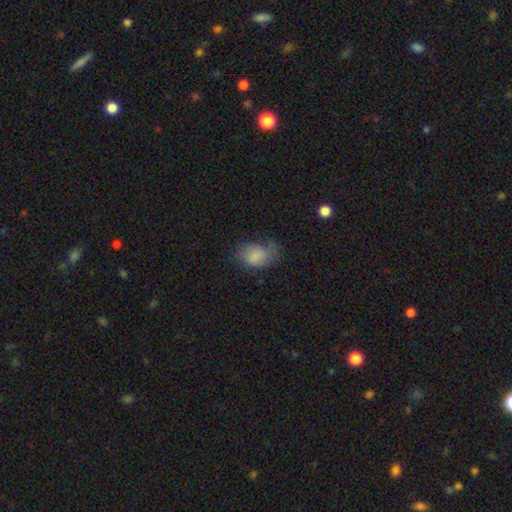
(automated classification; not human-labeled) A smooth galaxy with no disk features (77%) that is in between round and cigar-shaped (79%).

Vote fractions:
- Smooth or featured? smooth: 77% / featured or disk: 15% / star or artifact: 8%
- How rounded? in between: 79% / round: 20% / cigar-shaped: 1%
- Merging? none: 44% / minor disturbance: 34% / major disturbance: 20% / merger: 2%